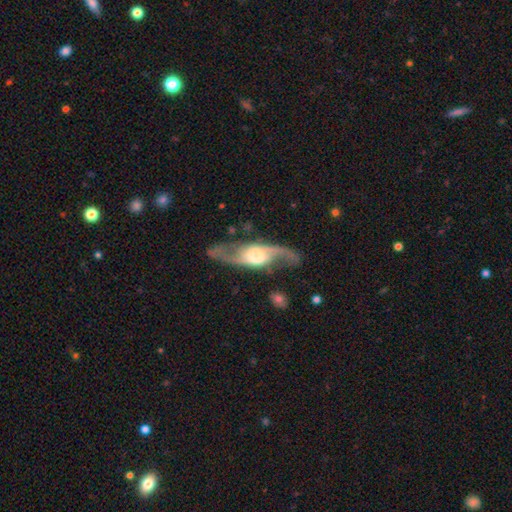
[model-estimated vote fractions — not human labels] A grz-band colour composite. It shows a featured or disk galaxy (86%) with no bar (51%), 2 (93%) loose (59%) spiral arms (94%) and a large central bulge (43%). Merging: none (77%).